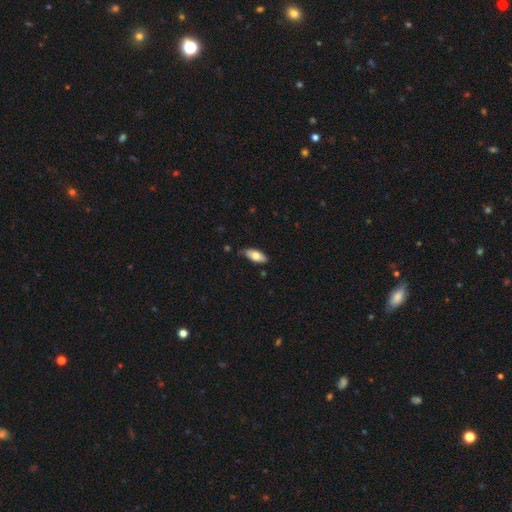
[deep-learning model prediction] Q: Smooth or featured?
A: smooth (76%); runner-up: featured or disk (18%)
Q: How rounded?
A: in between (87%); runner-up: cigar-shaped (11%)
Q: Merging?
A: none (74%); runner-up: minor disturbance (21%)